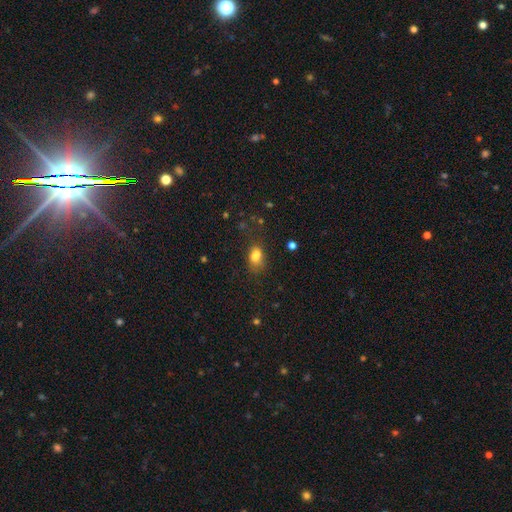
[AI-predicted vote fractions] This appears to be a smooth galaxy with no disk features (76%) that is in between round and cigar-shaped (78%). Merging: none (48%).